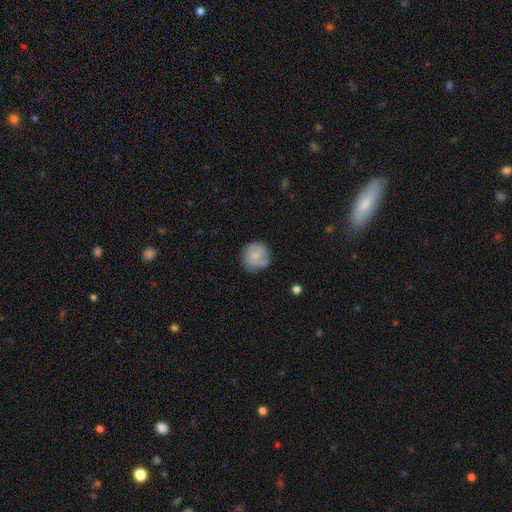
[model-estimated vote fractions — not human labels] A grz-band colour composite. It shows a featured or disk galaxy (46%, tied with smooth). Merging: none (77%).